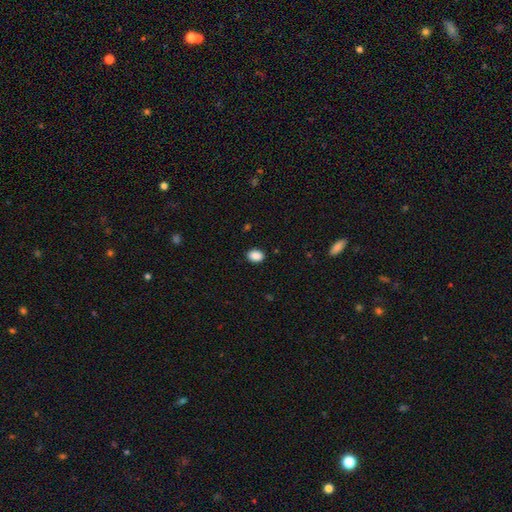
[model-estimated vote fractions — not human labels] Smooth or featured? Predicted: smooth (p=0.89). How rounded? Predicted: in between (p=0.71). Merging? Predicted: none (p=0.89).